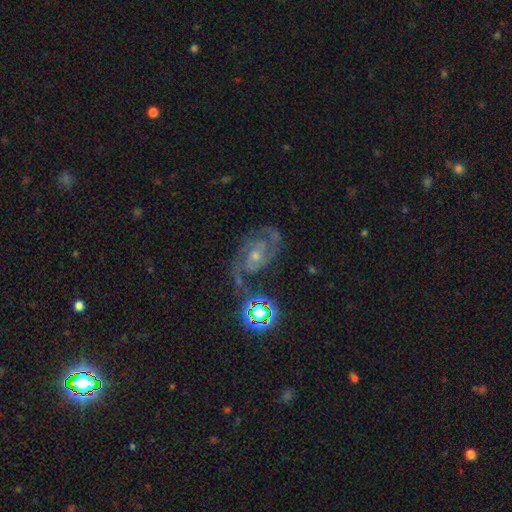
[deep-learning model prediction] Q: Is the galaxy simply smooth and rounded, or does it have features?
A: featured or disk — 83%.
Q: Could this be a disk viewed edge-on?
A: no — 97%.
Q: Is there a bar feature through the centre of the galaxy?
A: no — 59%.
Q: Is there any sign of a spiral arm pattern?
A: yes — 97%.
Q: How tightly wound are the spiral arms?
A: medium — 49%.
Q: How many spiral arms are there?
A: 2 — 70%.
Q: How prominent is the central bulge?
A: small — 53%.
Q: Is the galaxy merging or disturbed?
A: none — 61%.